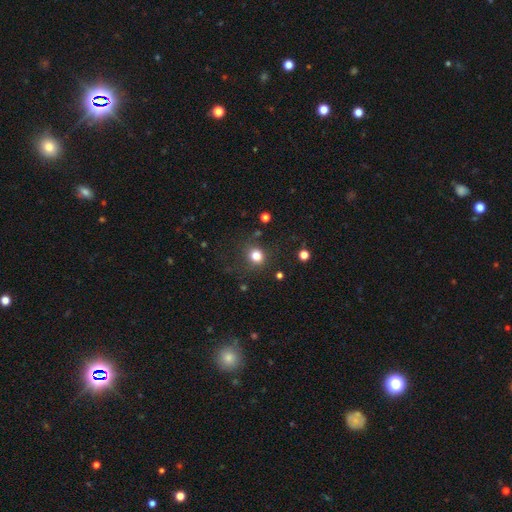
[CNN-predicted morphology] This is clearly a smooth galaxy (81%). How rounded: clearly round (82%). Merging: clearly none (81%).